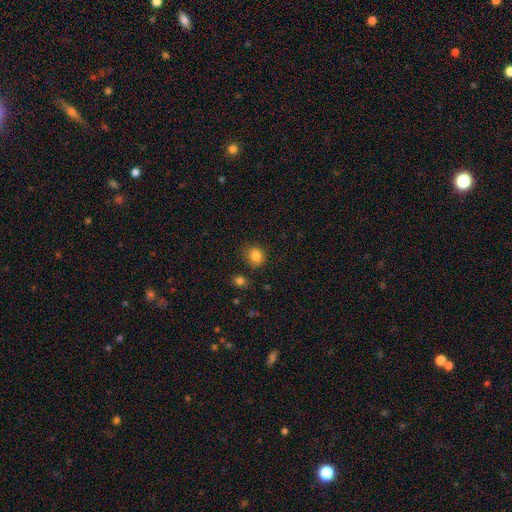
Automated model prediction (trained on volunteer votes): This is clearly a smooth galaxy (84%). How rounded: likely round (78%). Merging: clearly none (80%).